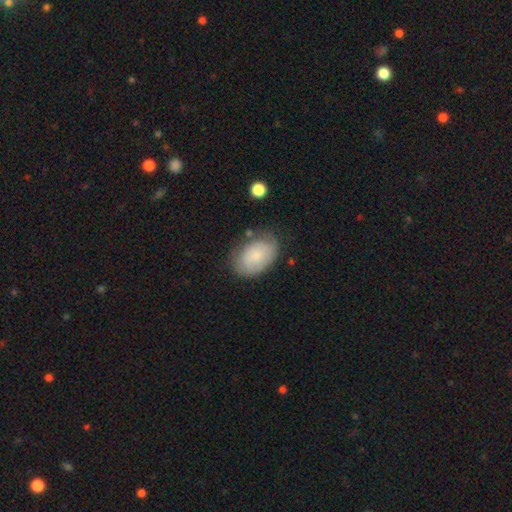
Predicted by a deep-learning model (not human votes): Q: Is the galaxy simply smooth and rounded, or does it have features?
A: smooth — 77%.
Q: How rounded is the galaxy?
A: in between — 88%.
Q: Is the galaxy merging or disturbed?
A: none — 70%.